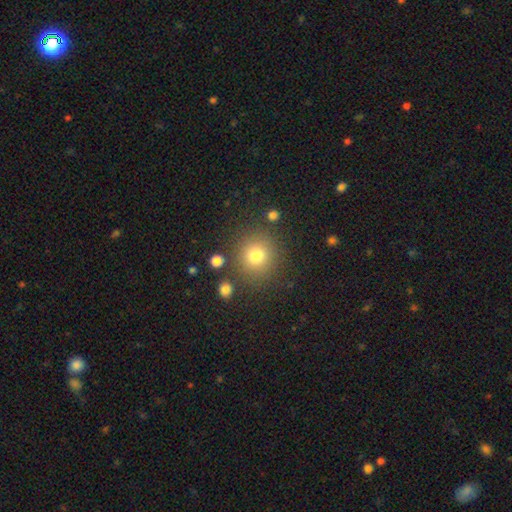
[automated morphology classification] This is likely a smooth galaxy (78%). How rounded: clearly round (88%). Merging: clearly none (83%).